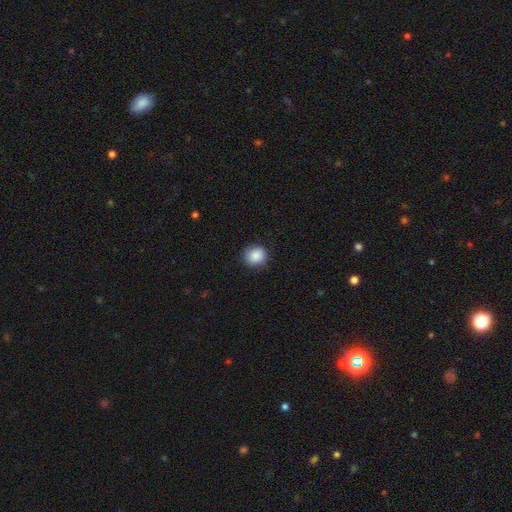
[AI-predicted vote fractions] This appears to be a smooth galaxy with no disk features (87%) that is round (85%). Merging: none (85%).